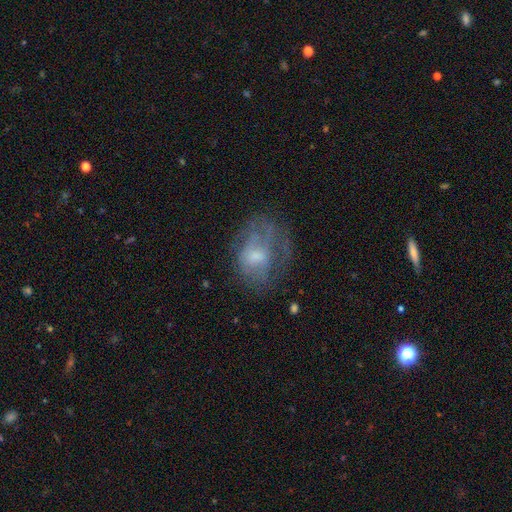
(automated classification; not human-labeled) smooth_or_featured: featured or disk (p=0.50) [alt: smooth p=0.40]
merging: none (p=0.41) [alt: major disturbance p=0.33]